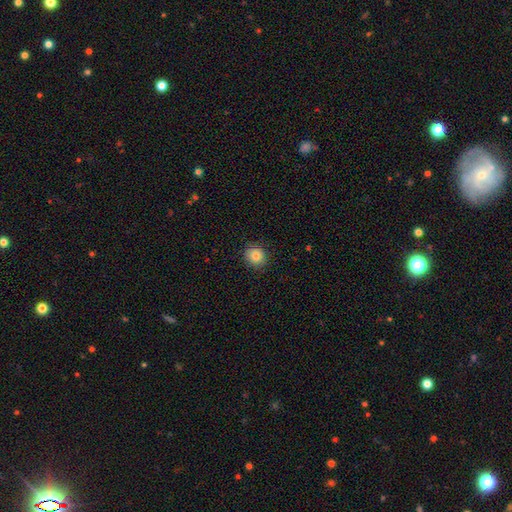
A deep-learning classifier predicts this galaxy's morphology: Q: Smooth or featured?
A: smooth (83%); runner-up: star or artifact (9%)
Q: How rounded?
A: round (84%); runner-up: in between (15%)
Q: Merging?
A: none (88%); runner-up: minor disturbance (9%)